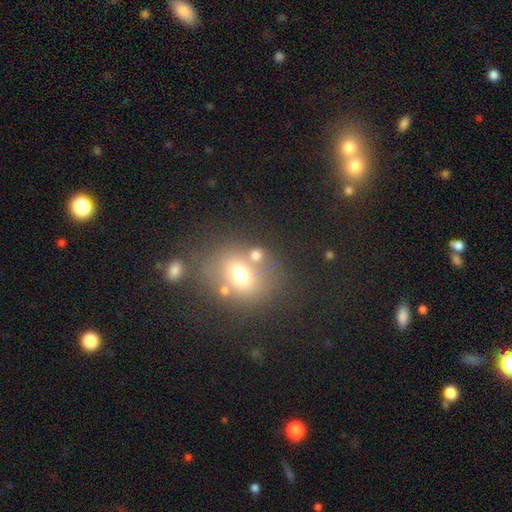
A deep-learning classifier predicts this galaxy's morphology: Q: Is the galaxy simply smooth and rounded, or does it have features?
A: smooth — 66%.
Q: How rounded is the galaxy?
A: round — 61%.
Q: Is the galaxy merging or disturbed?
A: none — 57%.